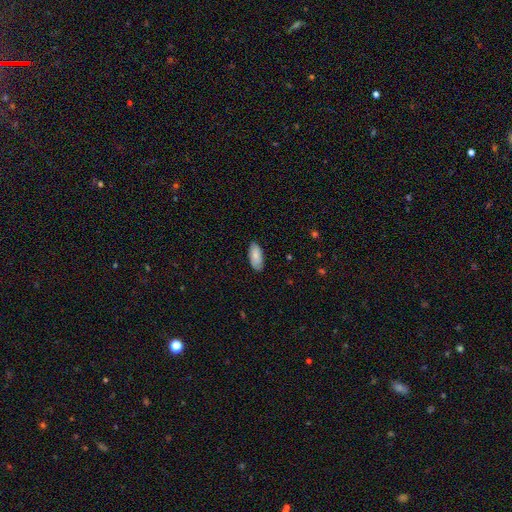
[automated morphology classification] type=smooth (83%); roundness=in between (90%); merging=none (84%).